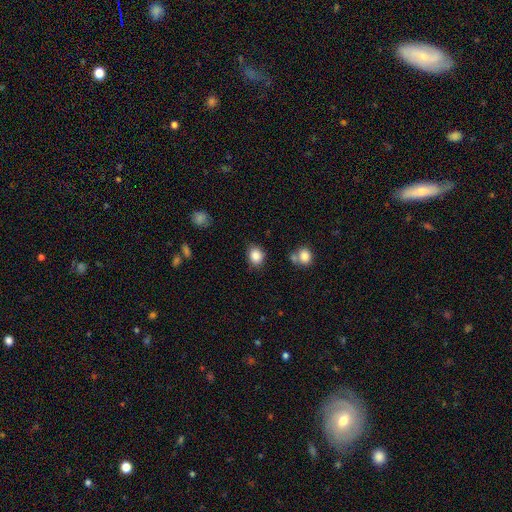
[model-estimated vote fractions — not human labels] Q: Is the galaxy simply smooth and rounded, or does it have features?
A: smooth — 85%.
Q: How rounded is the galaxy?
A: round — 61%.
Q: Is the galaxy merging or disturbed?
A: none — 78%.